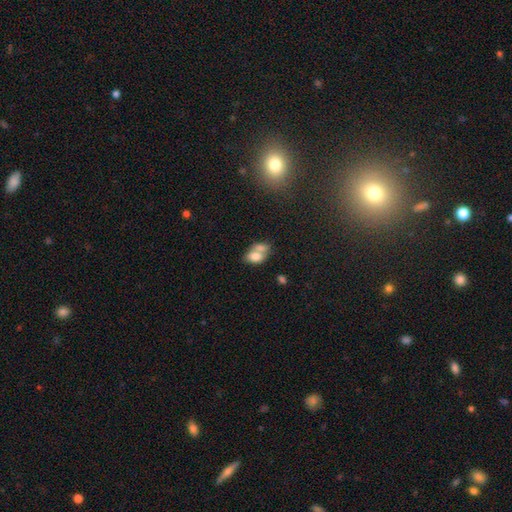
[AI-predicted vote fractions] This is likely a smooth galaxy (73%). How rounded: likely in between (80%). Merging: likely merger (63%).